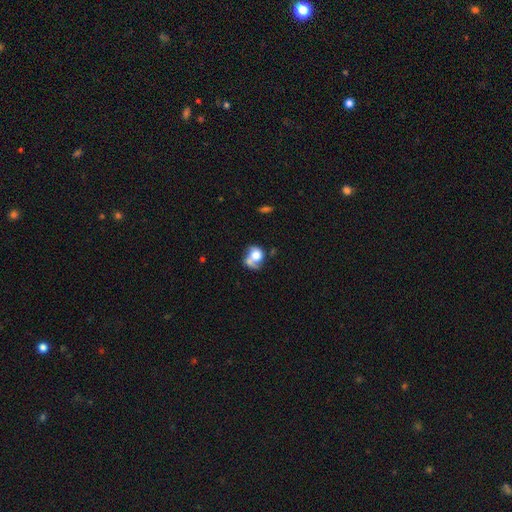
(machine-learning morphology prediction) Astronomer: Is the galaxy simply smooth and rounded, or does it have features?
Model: smooth — 59%.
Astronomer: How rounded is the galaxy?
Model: round — 61% (runner-up: in between, 38%).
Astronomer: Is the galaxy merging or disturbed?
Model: merger — 35% (runner-up: none, 27%).